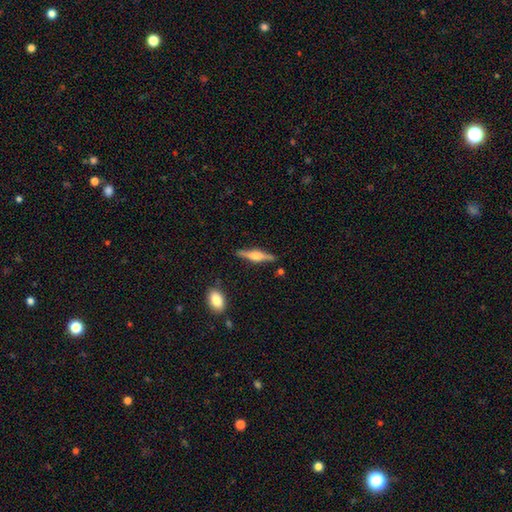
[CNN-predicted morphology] A featured or disk galaxy (68%) viewed edge-on (97%) with a rounded central bulge (82%). Merging: none (87%).